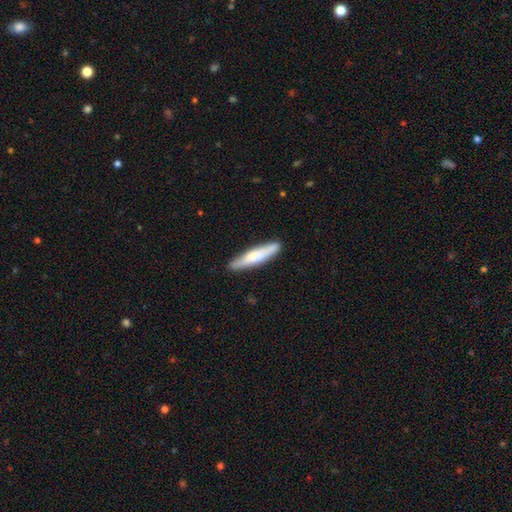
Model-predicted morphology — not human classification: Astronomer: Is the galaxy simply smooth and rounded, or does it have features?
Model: smooth — 60% (runner-up: featured or disk, 35%).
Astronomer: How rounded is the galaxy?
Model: cigar-shaped — 87%.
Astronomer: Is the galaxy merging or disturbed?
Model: none — 85%.